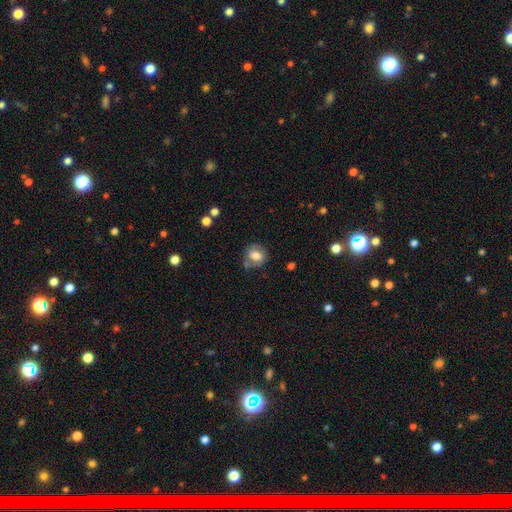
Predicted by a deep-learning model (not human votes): Smooth or featured? Predicted: smooth (p=0.67). How rounded? Predicted: round (p=0.70). Merging? Predicted: none (p=0.64).